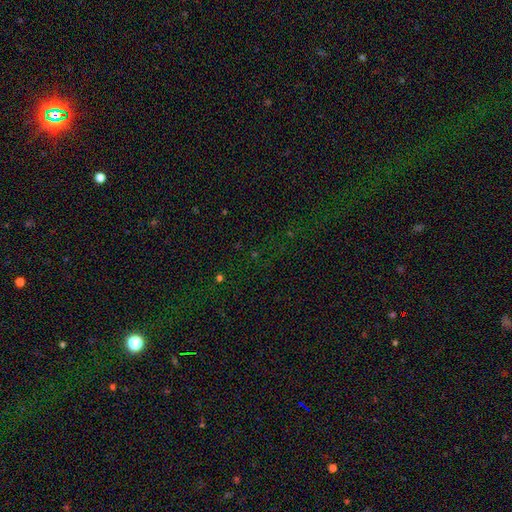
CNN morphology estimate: Smooth or featured? Predicted: star or artifact (p=0.76).